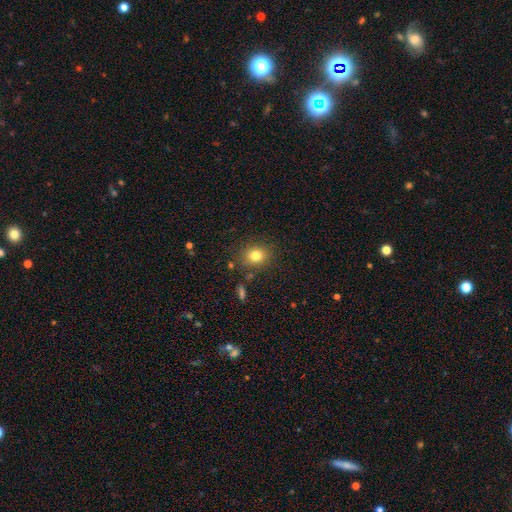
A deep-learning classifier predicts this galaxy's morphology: smooth-or-featured: smooth: 80% | star or artifact: 12% | featured or disk: 8%
  how-rounded: round: 67% | in between: 32% | cigar-shaped: 1%
  merging: none: 84% | minor disturbance: 10% | major disturbance: 3% | merger: 3%